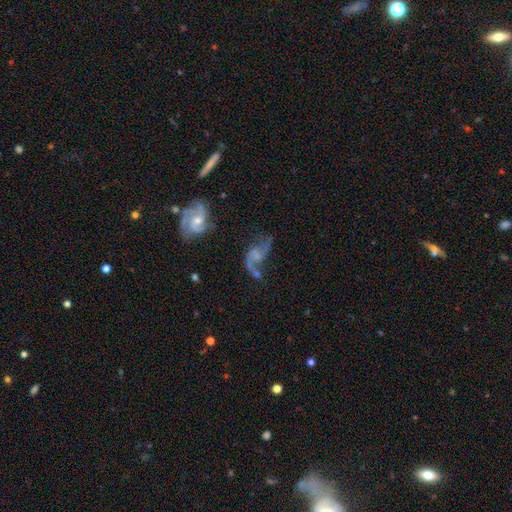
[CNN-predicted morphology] smooth-or-featured: featured or disk: 78% | smooth: 13% | star or artifact: 9%
  disk-edge-on: no: 97% | yes: 3%
    bar: no: 56% | weak: 35% | strong: 8%
    has-spiral-arms: yes: 89% | no: 11%
      spiral-winding: loose: 76% | medium: 19% | tight: 5%
      spiral-arm-count: 2: 84% | 1: 8% | can't tell: 4% | 3: 1% | 4: 1% | more than 4: 1%
    bulge-size: none: 46% | small: 31% | moderate: 18% | large: 3% | dominant: 1%
  merging: none: 39% | major disturbance: 26% | minor disturbance: 19% | merger: 16%